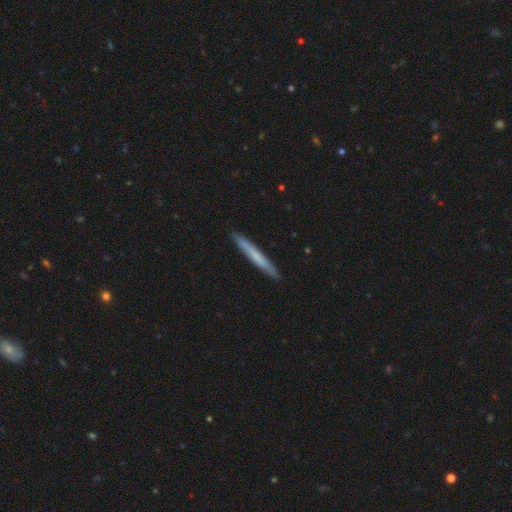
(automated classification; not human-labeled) smooth_or_featured: smooth (p=0.60) [alt: featured or disk p=0.35]
how_rounded: cigar-shaped (p=0.97) [alt: in between p=0.02]
merging: none (p=0.91) [alt: minor disturbance p=0.07]